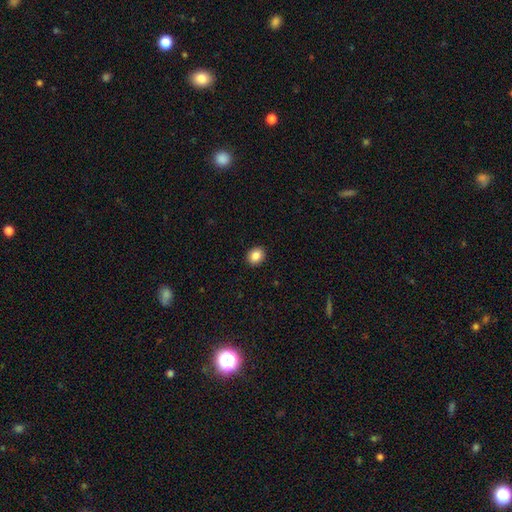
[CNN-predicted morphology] This appears to be a smooth galaxy with no disk features (86%) that is round (63%). Merging: none (92%).